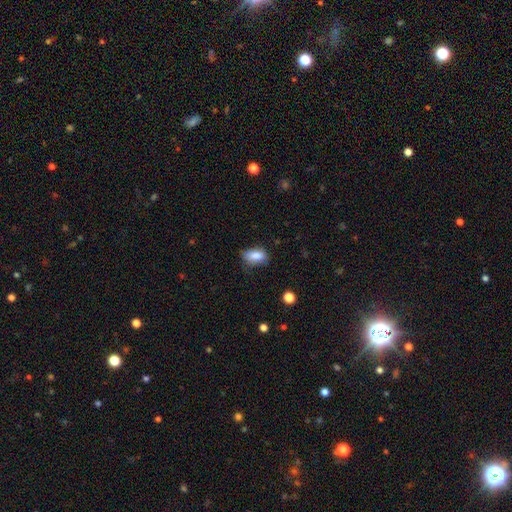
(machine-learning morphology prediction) Smooth or featured: smooth — 84% (star or artifact — 8%)
How rounded: in between — 88% (round — 8%)
Merging: none — 62% (minor disturbance — 29%)